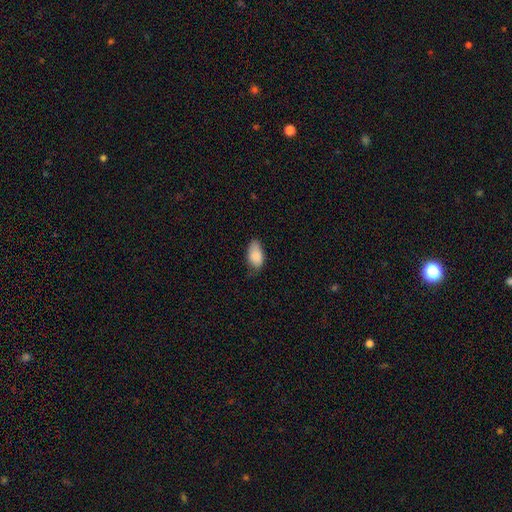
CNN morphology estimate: A smooth galaxy with no disk features (86%) that is in between round and cigar-shaped (93%).

Vote fractions:
- Smooth or featured? smooth: 86% / star or artifact: 7% / featured or disk: 7%
- How rounded? in between: 93% / round: 4% / cigar-shaped: 2%
- Merging? none: 57% / minor disturbance: 34% / major disturbance: 7% / merger: 1%